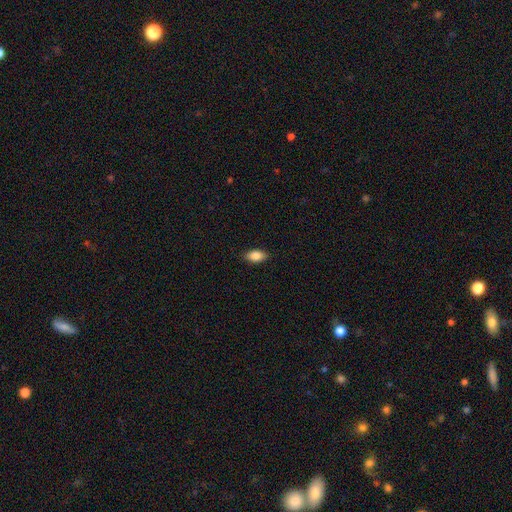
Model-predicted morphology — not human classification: Overall: smooth (86%). How rounded: in between (90%). Merging: none (88%).